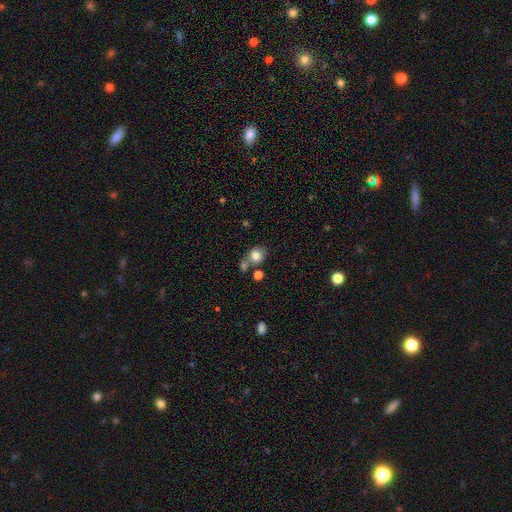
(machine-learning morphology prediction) Q: Smooth or featured?
A: smooth (81%); runner-up: star or artifact (10%)
Q: How rounded?
A: round (71%); runner-up: in between (28%)
Q: Merging?
A: none (55%); runner-up: merger (25%)